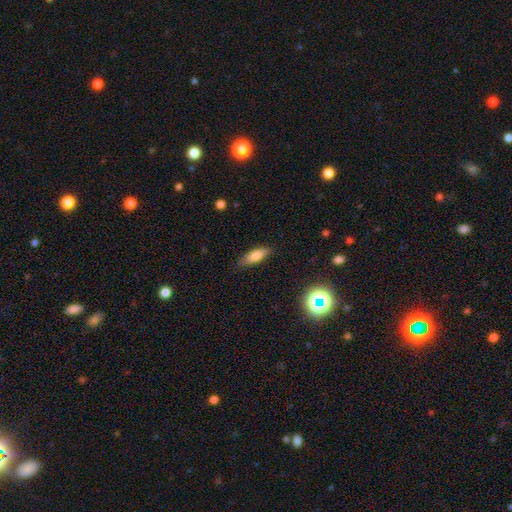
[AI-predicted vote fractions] A smooth galaxy with no disk features (71%) that is in between round and cigar-shaped (56%). Merging: none (80%).